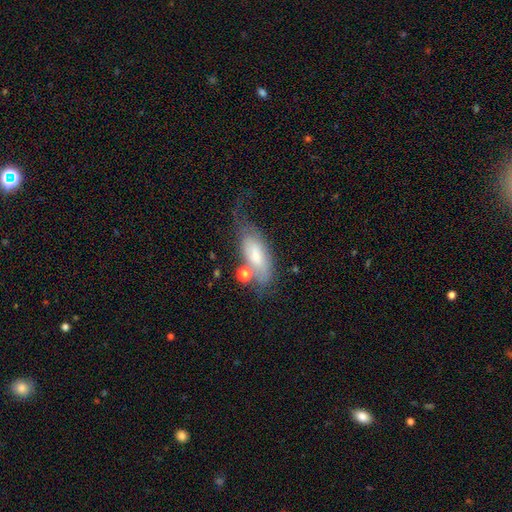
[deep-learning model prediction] Smooth or featured? smooth (61%)
How rounded? in between (81%)
Merging? none (38%)